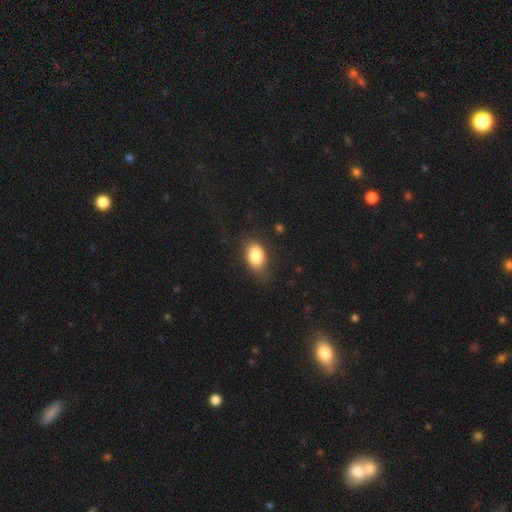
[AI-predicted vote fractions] Morphology: type=smooth (82%); roundness=in between (84%); merging=none (68%).